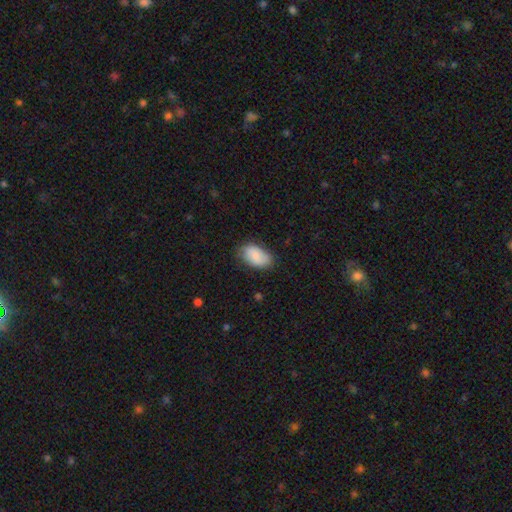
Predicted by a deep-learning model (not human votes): smooth-or-featured: smooth: 77% | featured or disk: 16% | star or artifact: 7%
  how-rounded: in between: 93% | round: 6% | cigar-shaped: 2%
  merging: none: 76% | minor disturbance: 19% | major disturbance: 4% | merger: 1%